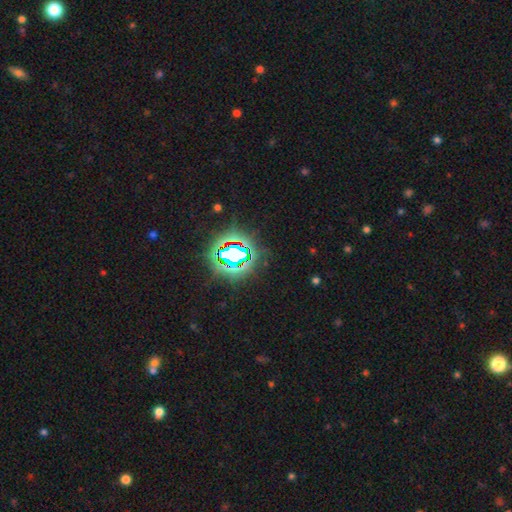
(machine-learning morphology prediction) This appears to be a star or artifact, not a galaxy (79%).